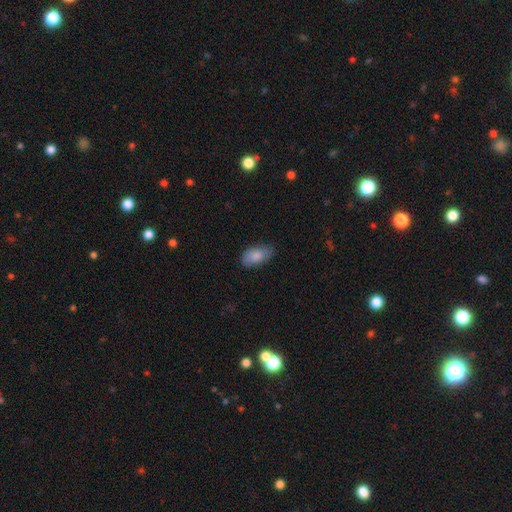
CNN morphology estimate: smooth-or-featured: smooth: 83% | featured or disk: 11% | star or artifact: 6%
  how-rounded: in between: 93% | round: 4% | cigar-shaped: 3%
  merging: none: 72% | minor disturbance: 22% | major disturbance: 4% | merger: 1%